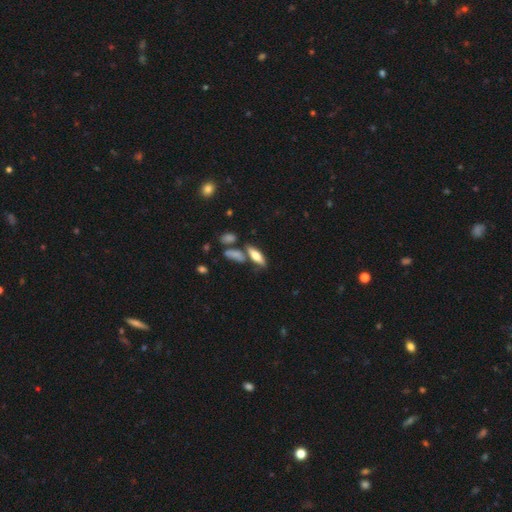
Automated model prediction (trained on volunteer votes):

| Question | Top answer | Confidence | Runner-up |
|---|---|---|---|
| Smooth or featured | smooth | 61% | featured or disk (31%) |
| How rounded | in between | 56% | cigar-shaped (41%) |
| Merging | none | 64% | merger (18%) |